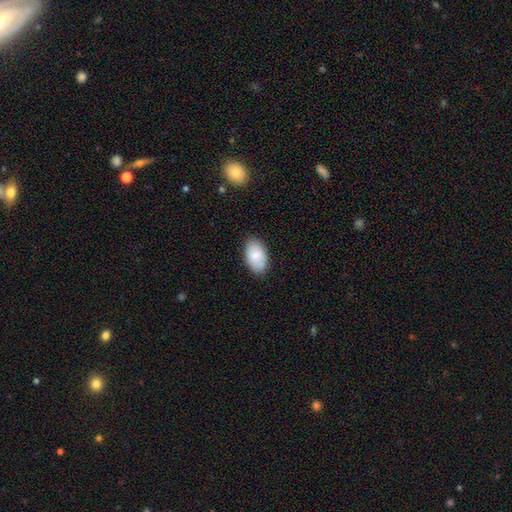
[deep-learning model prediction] Smooth or featured? smooth (80%)
How rounded? in between (93%)
Merging? none (84%)